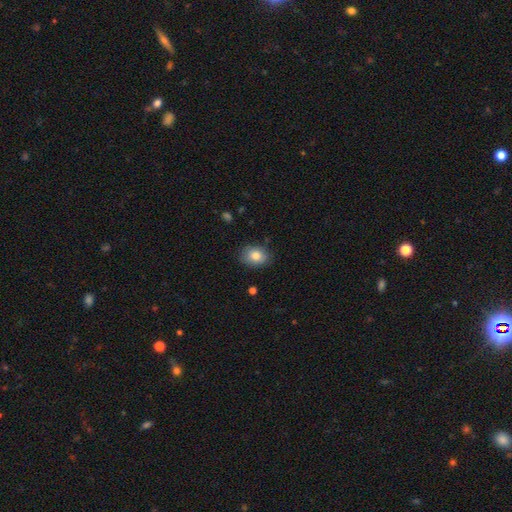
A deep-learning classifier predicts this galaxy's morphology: Smooth or featured? smooth (81%)
How rounded? in between (67%)
Merging? none (82%)